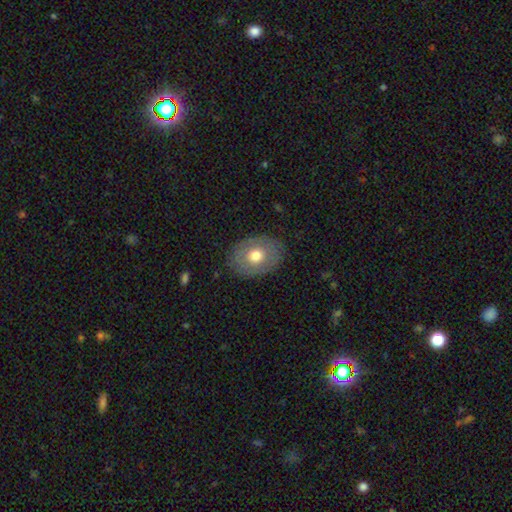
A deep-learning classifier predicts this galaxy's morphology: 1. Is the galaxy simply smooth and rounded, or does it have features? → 62% smooth, 30% featured or disk, 8% star or artifact.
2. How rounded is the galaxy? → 66% in between, 33% round, 1% cigar-shaped.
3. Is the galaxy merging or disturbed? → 84% none, 11% minor disturbance, 4% major disturbance, 1% merger.